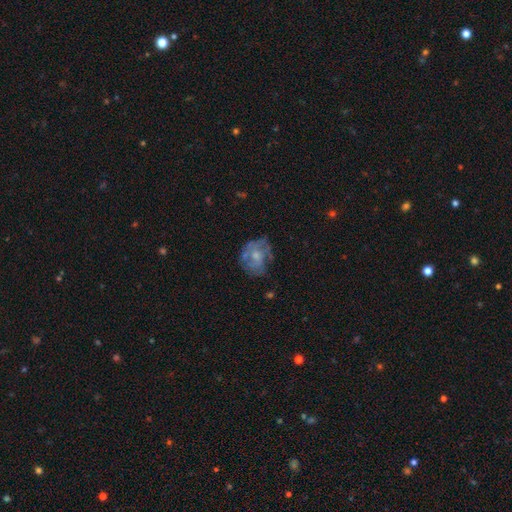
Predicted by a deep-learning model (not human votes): Smooth or featured: featured or disk — 62% (smooth — 30%)
Edge-on disk: no — 98% (yes — 2%)
Bar: no — 79% (weak — 18%)
Spiral arms: yes — 55% (no — 45%)
Bulge size: moderate — 47% (small — 37%)
Merging: none — 58% (minor disturbance — 24%)